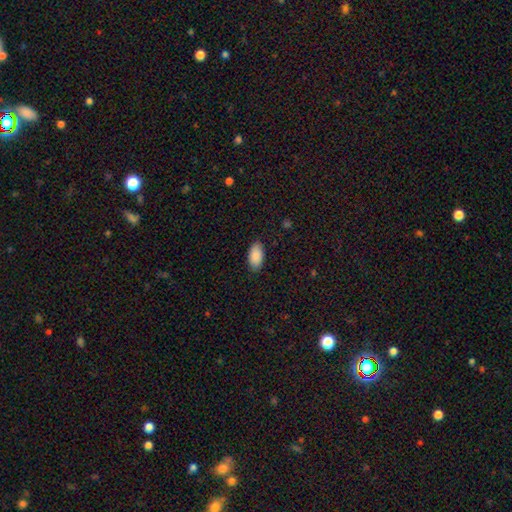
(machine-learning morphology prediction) Smooth or featured? smooth (90%)
How rounded? in between (95%)
Merging? none (87%)